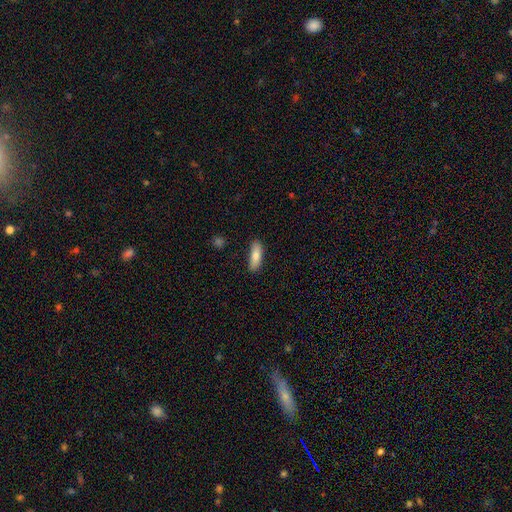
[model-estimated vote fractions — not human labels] smooth-or-featured: smooth: 81% | featured or disk: 13% | star or artifact: 6%
  how-rounded: in between: 55% | cigar-shaped: 43% | round: 2%
  merging: none: 84% | minor disturbance: 12% | major disturbance: 2% | merger: 1%